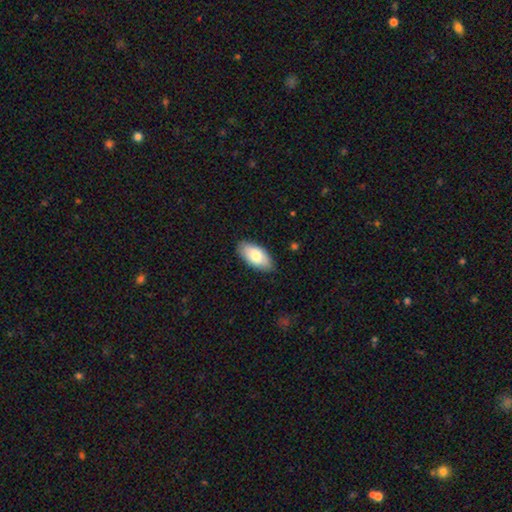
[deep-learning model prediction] This is likely a smooth galaxy (79%). How rounded: clearly in between (93%). Merging: clearly none (86%).